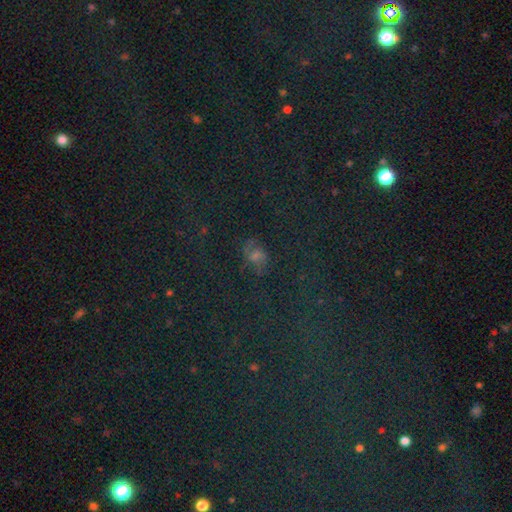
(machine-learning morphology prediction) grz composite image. It shows a star or artifact, not a galaxy (41%).